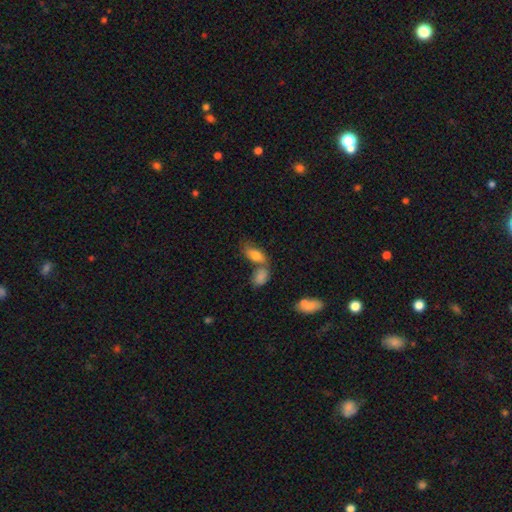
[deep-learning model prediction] smooth_or_featured: smooth (p=0.76) [alt: featured or disk p=0.16]
how_rounded: in between (p=0.85) [alt: cigar-shaped p=0.10]
merging: none (p=0.41) [alt: merger p=0.40]